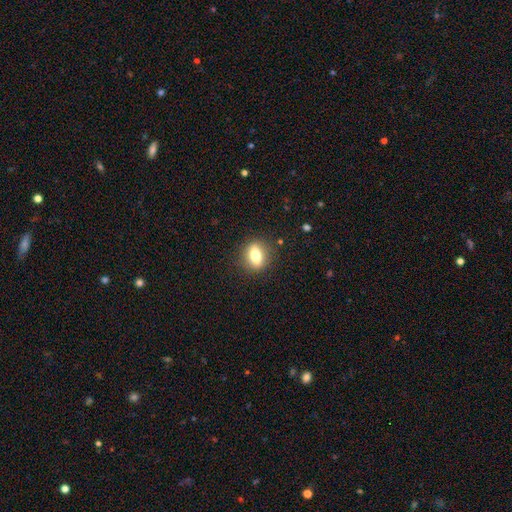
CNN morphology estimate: This appears to be a smooth galaxy with no disk features (67%) that is in between round and cigar-shaped (60%). Merging: none (86%).